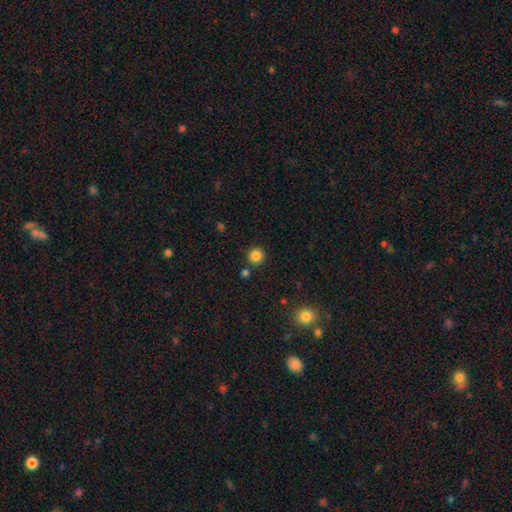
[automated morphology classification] type=smooth (84%); roundness=round (94%); merging=none (85%).